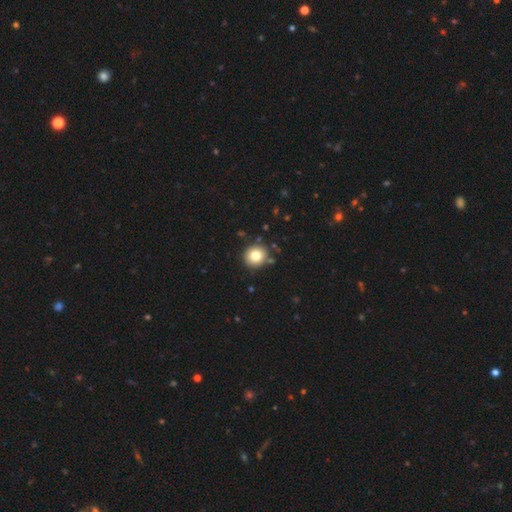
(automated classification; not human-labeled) Morphology: type=smooth (79%); roundness=round (89%); merging=none (87%).